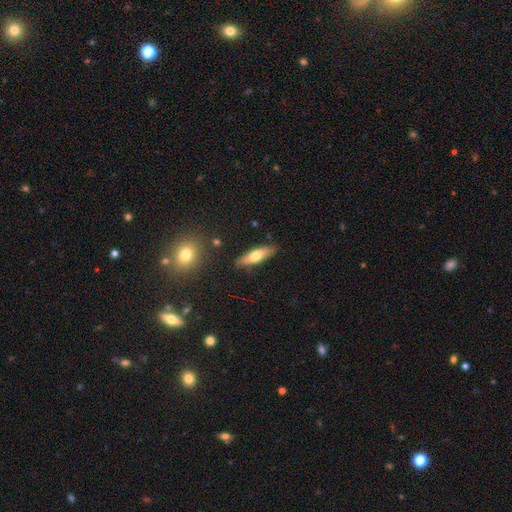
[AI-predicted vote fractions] Smooth or featured: smooth — 62% (featured or disk — 32%)
How rounded: cigar-shaped — 58% (in between — 40%)
Merging: none — 82% (minor disturbance — 13%)